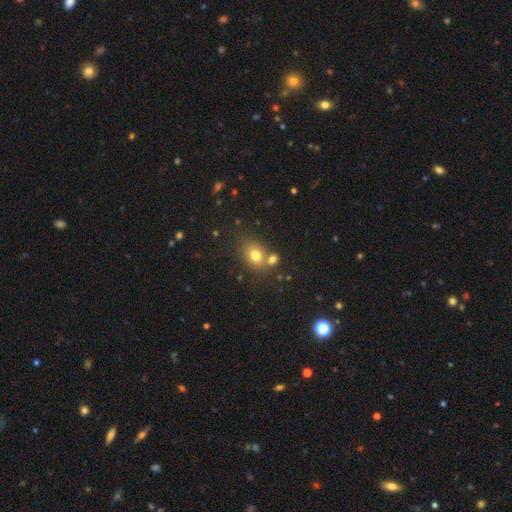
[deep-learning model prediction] This appears to be a smooth galaxy with no disk features (75%) that is in between round and cigar-shaped (56%). Merging: none (57%).